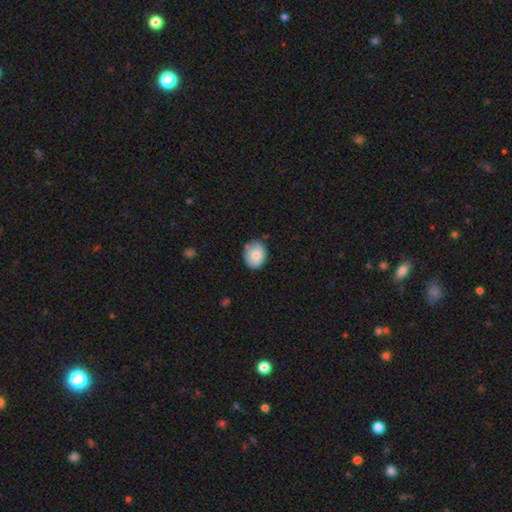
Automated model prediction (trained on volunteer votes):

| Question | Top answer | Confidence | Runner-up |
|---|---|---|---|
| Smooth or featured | smooth | 80% | featured or disk (13%) |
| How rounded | round | 50% | in between (49%) |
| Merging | none | 72% | minor disturbance (22%) |